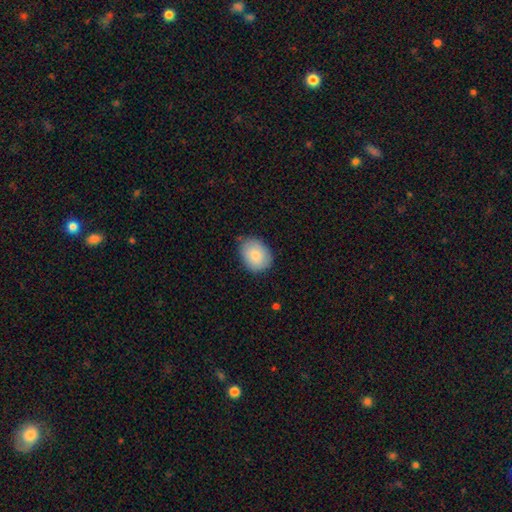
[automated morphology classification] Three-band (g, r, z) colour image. It shows a smooth galaxy with no disk features (84%) that is in between round and cigar-shaped (59%). Merging: none (77%).